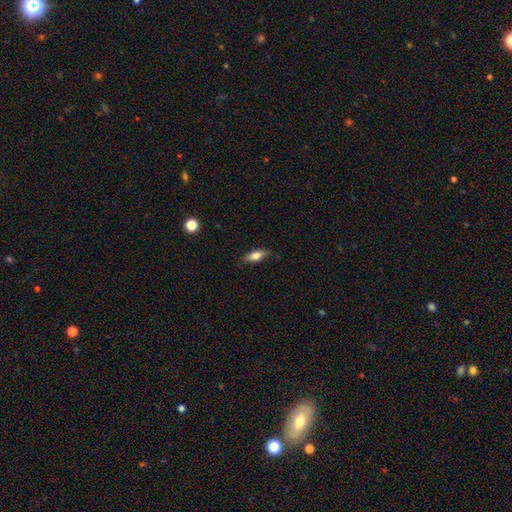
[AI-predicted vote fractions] smooth_or_featured: smooth (p=0.78) [alt: featured or disk p=0.15]
how_rounded: in between (p=0.73) [alt: cigar-shaped p=0.24]
merging: none (p=0.79) [alt: minor disturbance p=0.17]